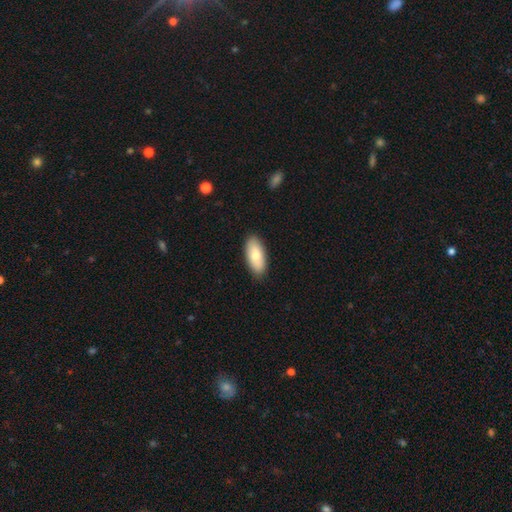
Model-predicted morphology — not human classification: Q: Smooth or featured?
A: smooth (76%); runner-up: featured or disk (19%)
Q: How rounded?
A: in between (88%); runner-up: cigar-shaped (10%)
Q: Merging?
A: none (89%); runner-up: minor disturbance (9%)